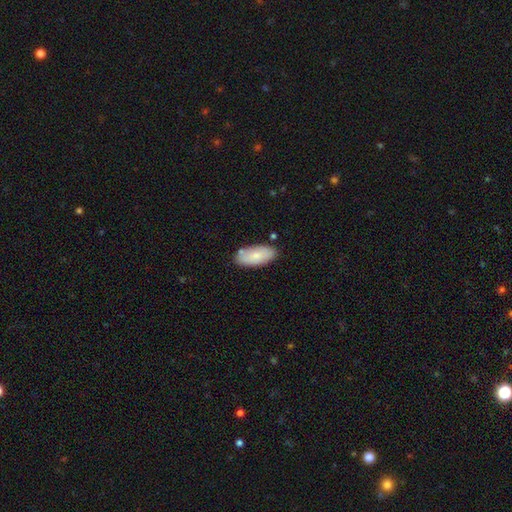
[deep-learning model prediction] smooth-or-featured: smooth: 76% | featured or disk: 18% | star or artifact: 6%
  how-rounded: in between: 92% | cigar-shaped: 6% | round: 2%
  merging: none: 79% | minor disturbance: 14% | merger: 4% | major disturbance: 3%